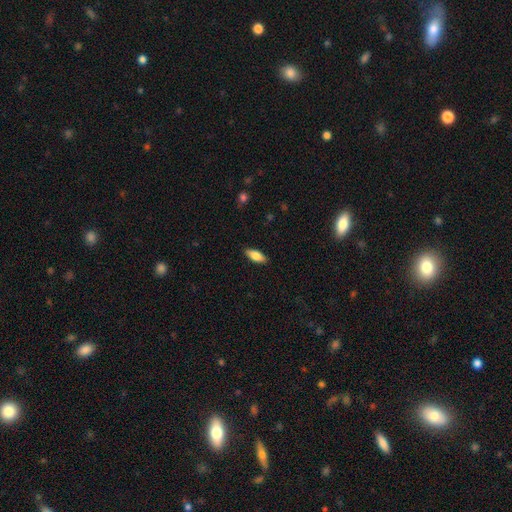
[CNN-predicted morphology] Smooth or featured: smooth — 79% (featured or disk — 15%)
How rounded: in between — 77% (cigar-shaped — 21%)
Merging: none — 87% (minor disturbance — 10%)